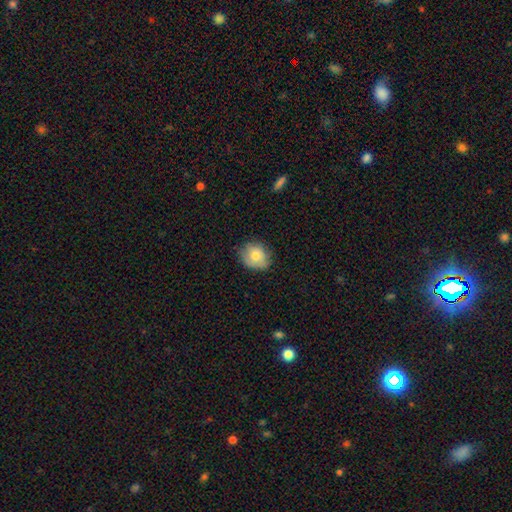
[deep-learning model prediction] Overall: smooth (75%). How rounded: round (65%; in between 34%). Merging: none (68%).